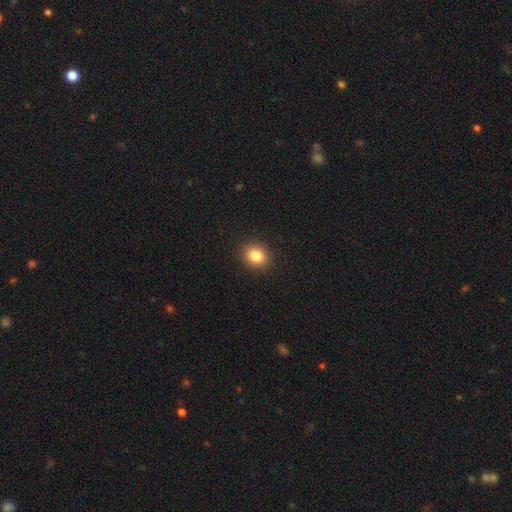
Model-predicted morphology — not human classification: smooth_or_featured: smooth (p=0.84) [alt: star or artifact p=0.10]
how_rounded: round (p=0.66) [alt: in between p=0.34]
merging: none (p=0.91) [alt: minor disturbance p=0.06]